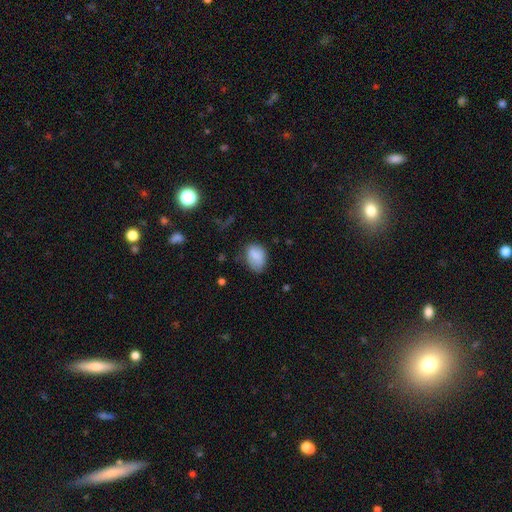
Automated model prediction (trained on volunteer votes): Morphology: type=smooth (83%); roundness=in between (79%); merging=none (55%).